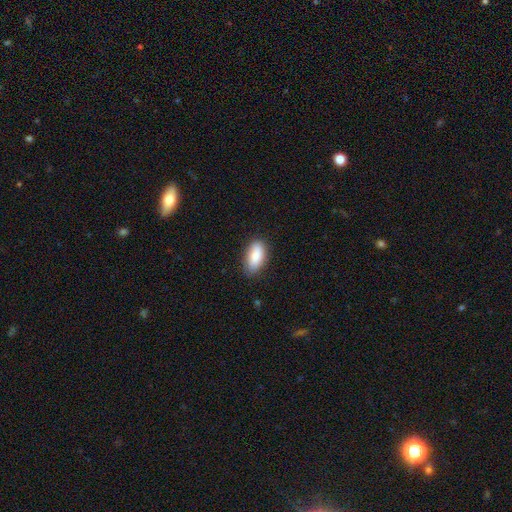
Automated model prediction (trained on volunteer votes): smooth 86%, featured or disk 8%, star or artifact 6%. Down the decision tree: how rounded — in between (90%); merging — none (84%).